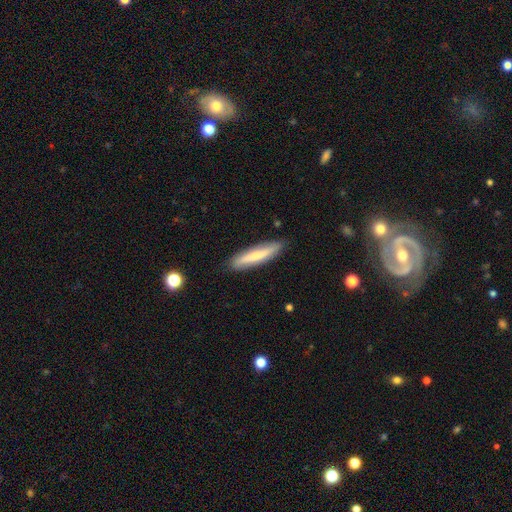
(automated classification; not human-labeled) smooth-or-featured: smooth: 60% | featured or disk: 34% | star or artifact: 6%
  how-rounded: cigar-shaped: 84% | in between: 15% | round: 2%
  merging: none: 86% | minor disturbance: 11% | major disturbance: 2% | merger: 1%